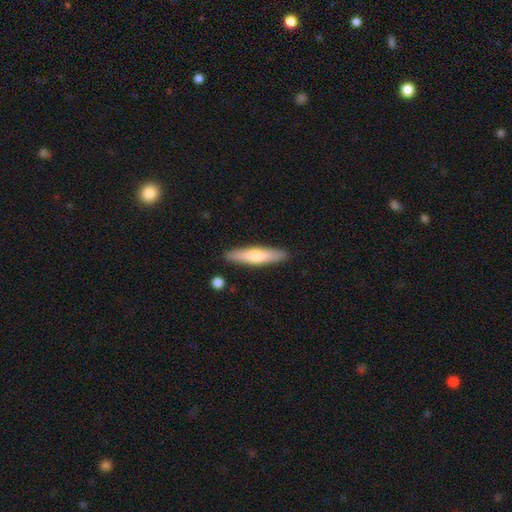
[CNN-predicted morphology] The model was most divided on "smooth or featured": smooth: 63%, featured or disk: 32%, star or artifact: 5%. More confident: merging — none (88%); how rounded — cigar-shaped (84%).